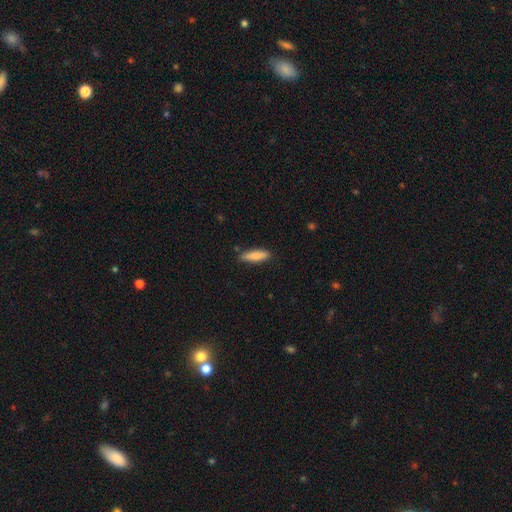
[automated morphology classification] Smooth or featured? smooth (83%)
How rounded? cigar-shaped (67%)
Merging? none (85%)